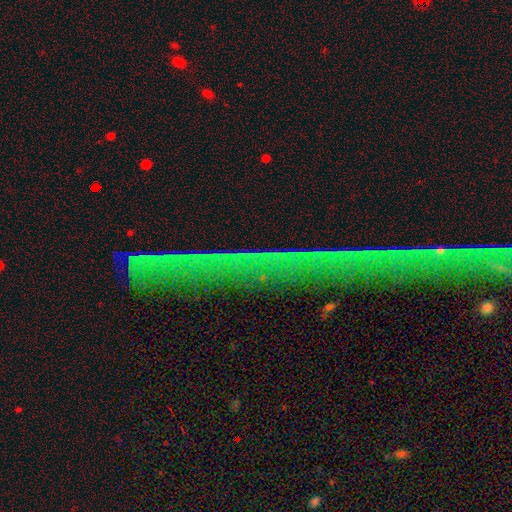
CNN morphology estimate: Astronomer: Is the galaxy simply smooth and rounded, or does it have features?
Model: star or artifact — 74%.